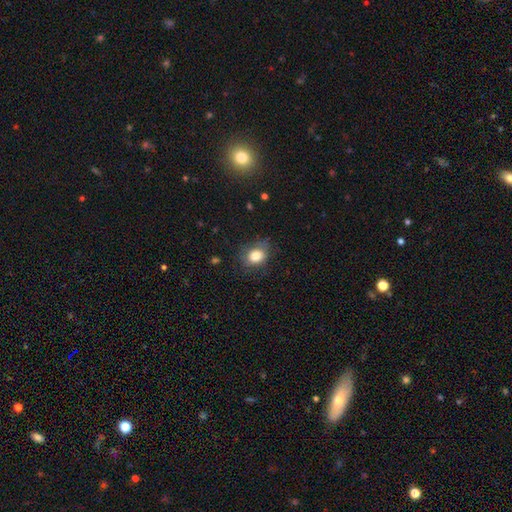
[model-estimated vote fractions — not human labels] The model was most divided on "how rounded": in between: 56%, round: 43%, cigar-shaped: 1%. More confident: smooth or featured — smooth (81%); merging — none (68%).